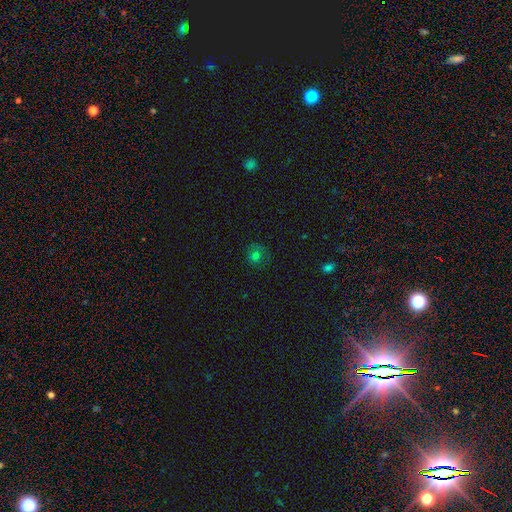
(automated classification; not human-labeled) Smooth or featured?
  - smooth: 68% *
  - star or artifact: 19%
  - featured or disk: 13%
How rounded?
  - round: 86% *
  - in between: 13%
  - cigar-shaped: 1%
Merging?
  - none: 75% *
  - minor disturbance: 16%
  - major disturbance: 7%
  - merger: 2%